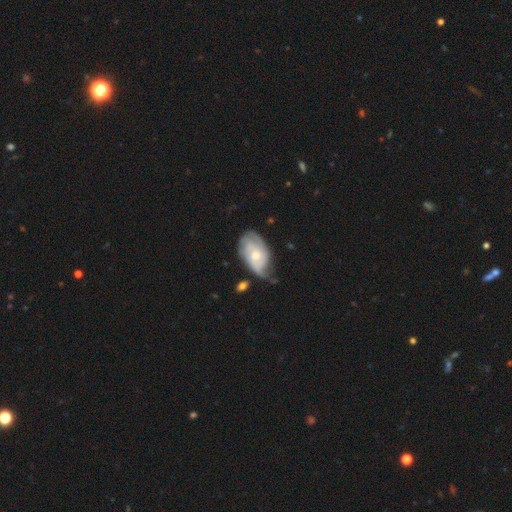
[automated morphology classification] This appears to be a featured or disk galaxy (64%) with no bar (72%), tight (44%) spiral arms (84%) and a moderate central bulge (54%). Merging: none (42%).